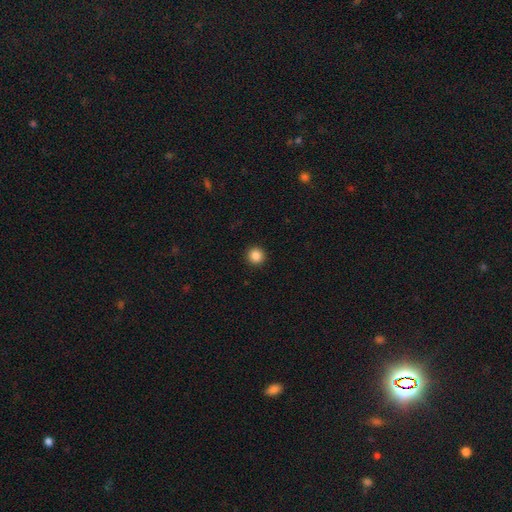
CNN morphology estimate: A smooth galaxy with no disk features (86%) that is round (95%).

Vote fractions:
- Smooth or featured? smooth: 86% / star or artifact: 10% / featured or disk: 4%
- How rounded? round: 95% / in between: 4% / cigar-shaped: 1%
- Merging? none: 93% / minor disturbance: 4% / major disturbance: 2% / merger: 1%